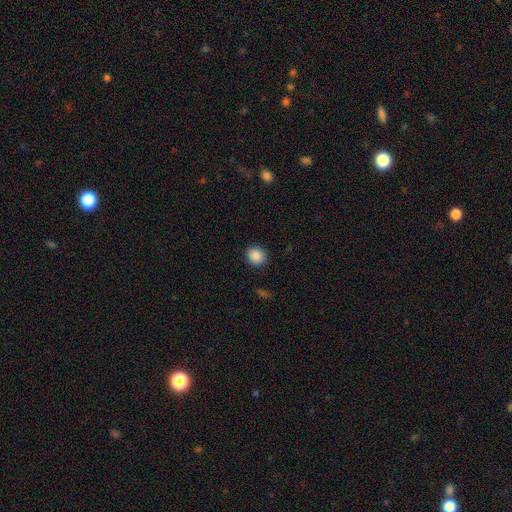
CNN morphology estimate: A smooth galaxy with no disk features (88%) that is round (83%). Merging: none (89%).